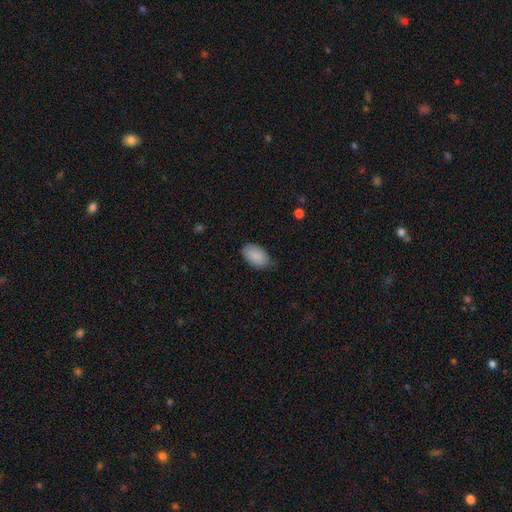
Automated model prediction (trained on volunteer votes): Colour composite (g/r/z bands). It shows a smooth galaxy with no disk features (89%) that is in between round and cigar-shaped (94%). Merging: none (73%).